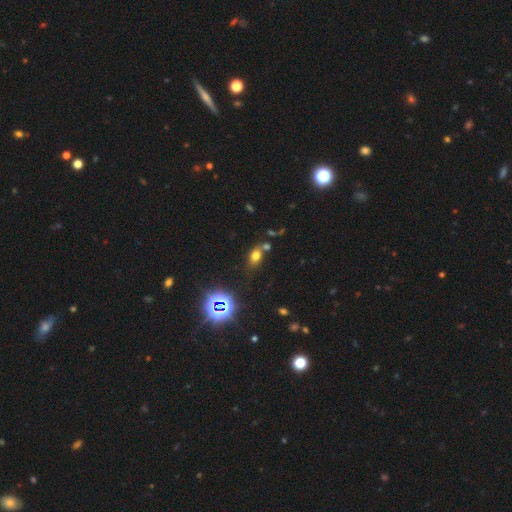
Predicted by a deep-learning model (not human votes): A smooth galaxy with no disk features (65%) that is in between round and cigar-shaped (69%).

Vote fractions:
- Smooth or featured? smooth: 65% / star or artifact: 24% / featured or disk: 11%
- How rounded? in between: 69% / round: 28% / cigar-shaped: 3%
- Merging? none: 56% / merger: 24% / minor disturbance: 14% / major disturbance: 6%